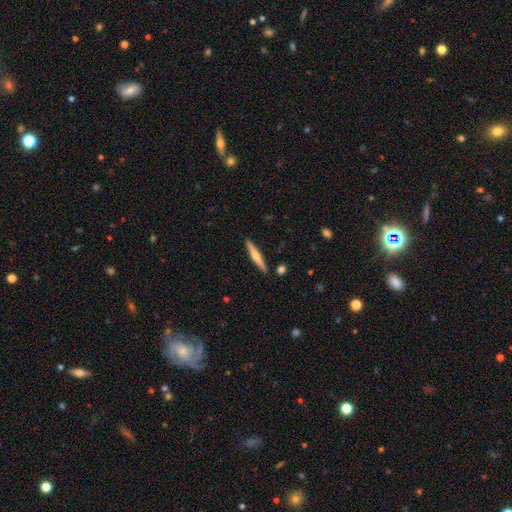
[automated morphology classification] A featured or disk galaxy (50%) viewed edge-on (97%).

Vote fractions:
- Smooth or featured? featured or disk: 50% / smooth: 44% / star or artifact: 5%
- Edge-on disk? yes: 97% / no: 3%
- Merging? none: 90% / minor disturbance: 7% / merger: 2% / major disturbance: 1%